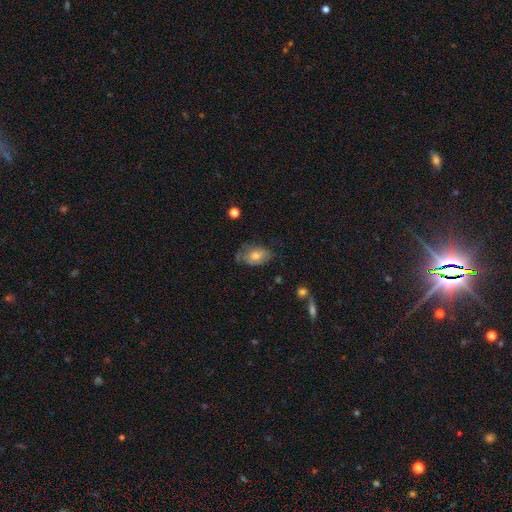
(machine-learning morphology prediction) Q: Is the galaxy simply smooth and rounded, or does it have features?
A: smooth — 59%.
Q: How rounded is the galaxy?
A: in between — 88%.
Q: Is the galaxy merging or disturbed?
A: none — 56%.